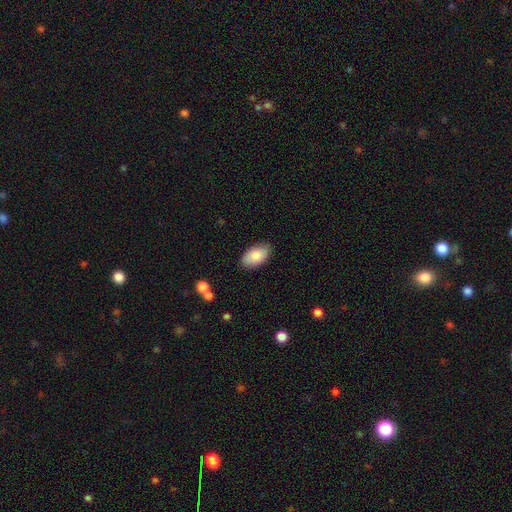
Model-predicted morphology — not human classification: Overall: smooth (84%). How rounded: in between (95%). Merging: none (84%).